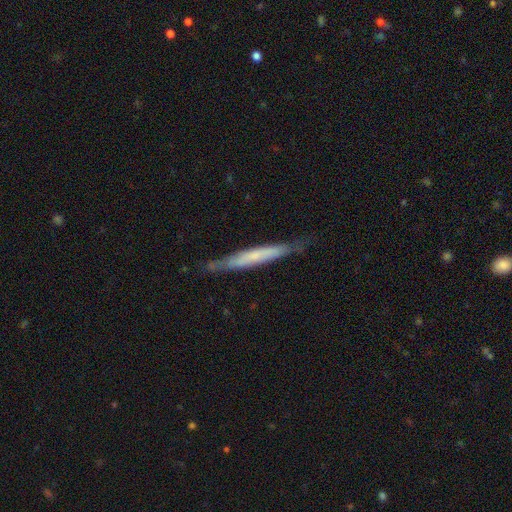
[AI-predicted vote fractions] This is possibly a featured or disk galaxy (50%). Merging: likely none (77%).